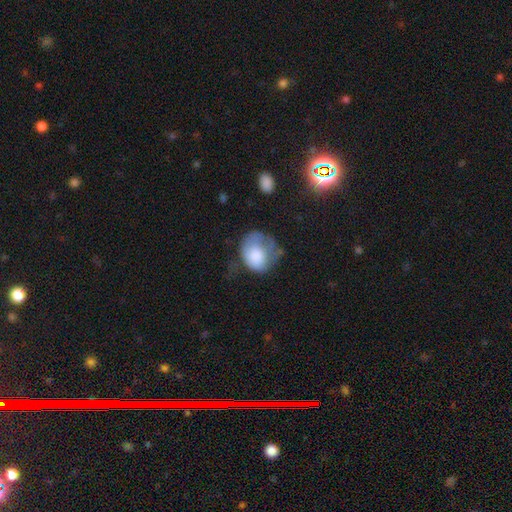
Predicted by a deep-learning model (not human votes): This appears to be a smooth galaxy with no disk features (70%) that is round (58%). Merging: major disturbance (37%).